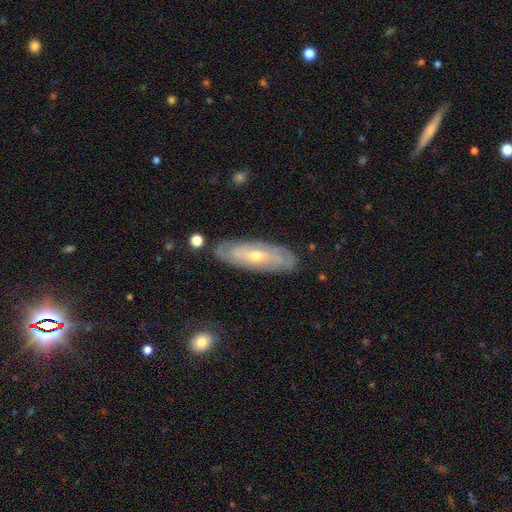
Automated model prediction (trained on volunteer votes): Overall: featured or disk (67%). Edge-on disk: no (77%). Bar: no (67%). Spiral arms: yes (70%). Bulge size: moderate (49%; small 47%). Merging: none (81%).